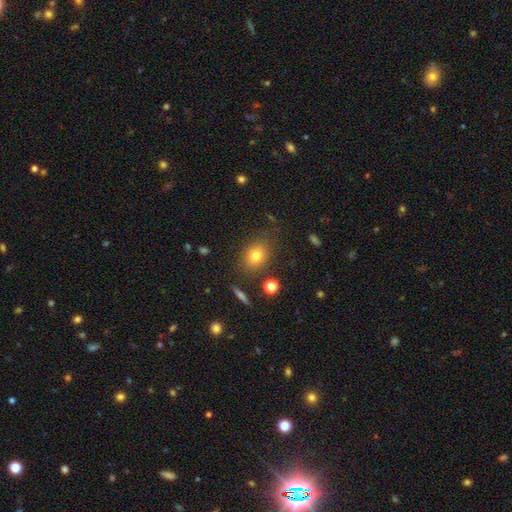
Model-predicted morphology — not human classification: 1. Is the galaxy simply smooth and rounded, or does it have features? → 76% smooth, 13% star or artifact, 11% featured or disk.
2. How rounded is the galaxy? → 53% round, 45% in between, 2% cigar-shaped.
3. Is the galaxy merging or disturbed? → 80% none, 12% minor disturbance, 5% major disturbance, 3% merger.